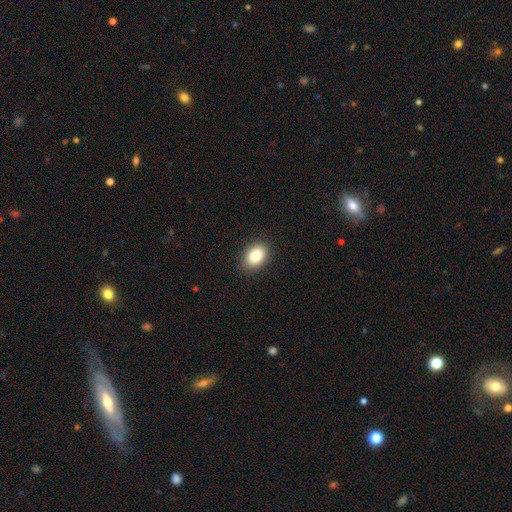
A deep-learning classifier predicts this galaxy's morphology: Smooth or featured?
  - smooth: 83% *
  - star or artifact: 9%
  - featured or disk: 8%
How rounded?
  - in between: 76% *
  - round: 22%
  - cigar-shaped: 1%
Merging?
  - none: 88% *
  - minor disturbance: 9%
  - major disturbance: 2%
  - merger: 1%